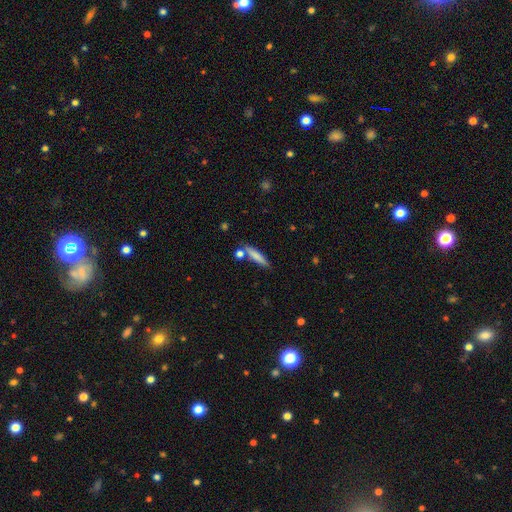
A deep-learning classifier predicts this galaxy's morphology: Smooth or featured?
  - smooth: 76% *
  - featured or disk: 17%
  - star or artifact: 7%
How rounded?
  - cigar-shaped: 84% *
  - in between: 14%
  - round: 2%
Merging?
  - none: 75% *
  - minor disturbance: 13%
  - merger: 9%
  - major disturbance: 3%